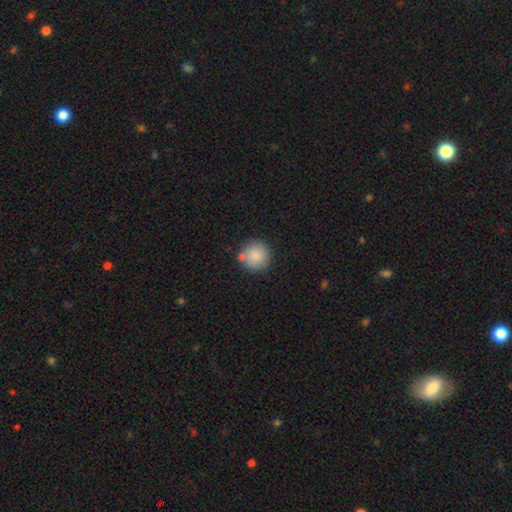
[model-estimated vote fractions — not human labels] Overall: smooth (85%). How rounded: round (95%). Merging: none (78%).